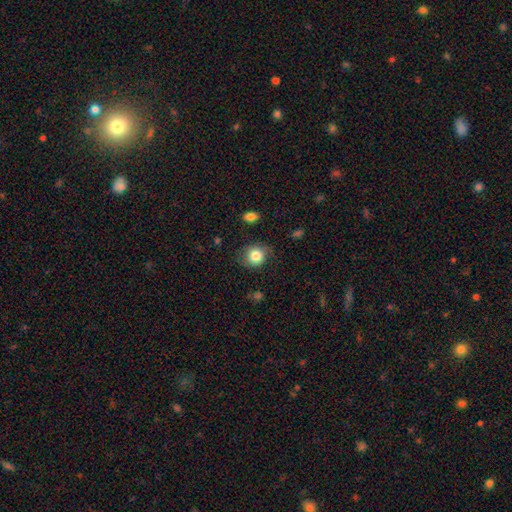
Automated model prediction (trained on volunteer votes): smooth 83%, star or artifact 9%, featured or disk 8%. Down the decision tree: how rounded — round (79%); merging — none (74%).